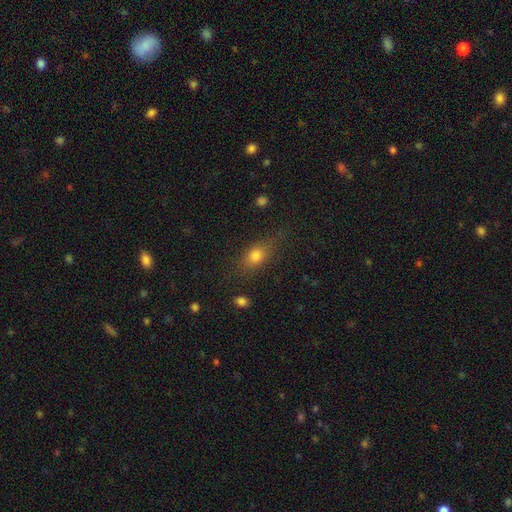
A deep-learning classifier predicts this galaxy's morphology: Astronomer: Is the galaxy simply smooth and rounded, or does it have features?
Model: smooth — 74%.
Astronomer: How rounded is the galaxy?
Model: in between — 66%.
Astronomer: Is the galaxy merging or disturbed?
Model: none — 68%.